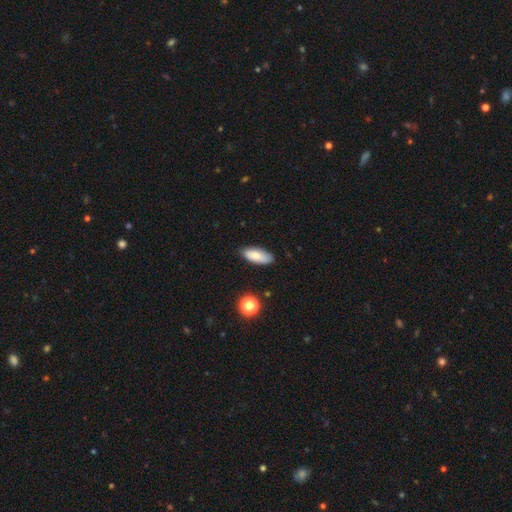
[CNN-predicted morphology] smooth-or-featured: smooth: 82% | featured or disk: 10% | star or artifact: 7%
  how-rounded: in between: 79% | cigar-shaped: 19% | round: 2%
  merging: none: 81% | minor disturbance: 15% | major disturbance: 2% | merger: 2%